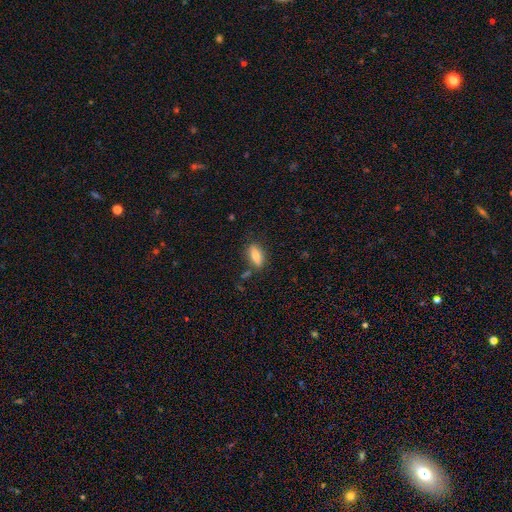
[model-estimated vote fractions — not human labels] smooth 79%, featured or disk 14%, star or artifact 8%. Down the decision tree: how rounded — in between (73%); merging — none (80%).